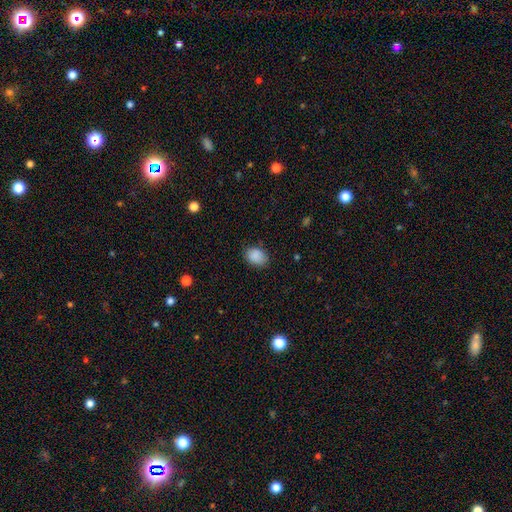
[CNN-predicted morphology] Smooth or featured?
  - smooth: 89% *
  - star or artifact: 8%
  - featured or disk: 3%
How rounded?
  - in between: 72% *
  - round: 27%
  - cigar-shaped: 1%
Merging?
  - none: 81% *
  - minor disturbance: 15%
  - major disturbance: 3%
  - merger: 1%